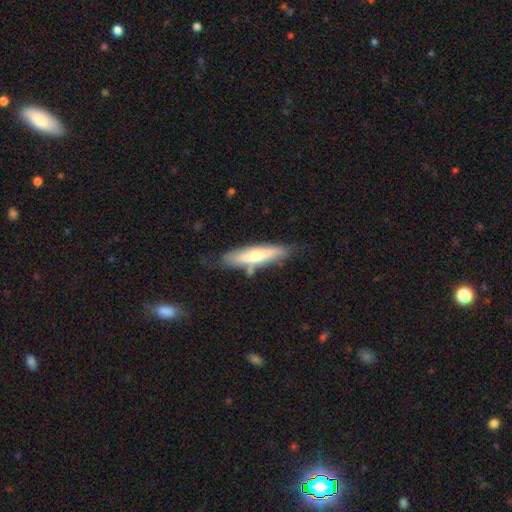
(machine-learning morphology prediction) A smooth galaxy with no disk features (51%) that is cigar-shaped (70%). Merging: none (67%).